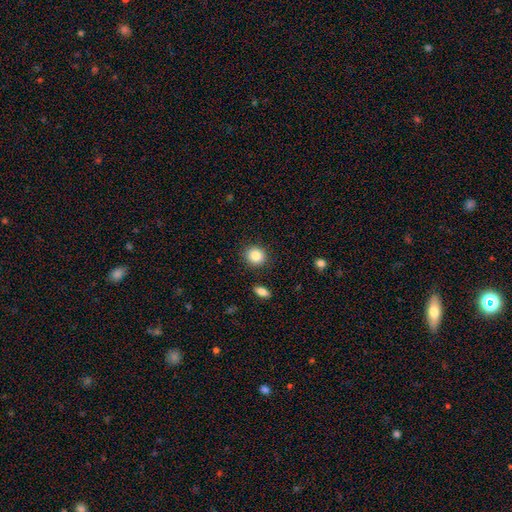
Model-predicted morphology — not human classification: Smooth or featured? smooth (85%)
How rounded? round (86%)
Merging? none (89%)